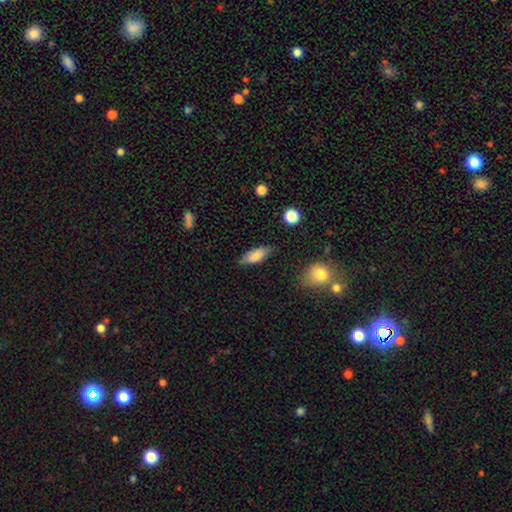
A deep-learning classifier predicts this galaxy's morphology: Overall: smooth (78%). How rounded: in between (68%; cigar-shaped 29%). Merging: none (76%).